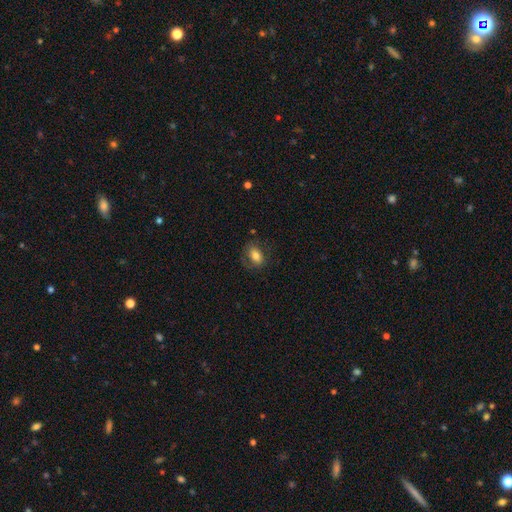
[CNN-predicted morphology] Smooth or featured: smooth — 73% (featured or disk — 19%)
How rounded: in between — 81% (round — 17%)
Merging: none — 67% (minor disturbance — 20%)